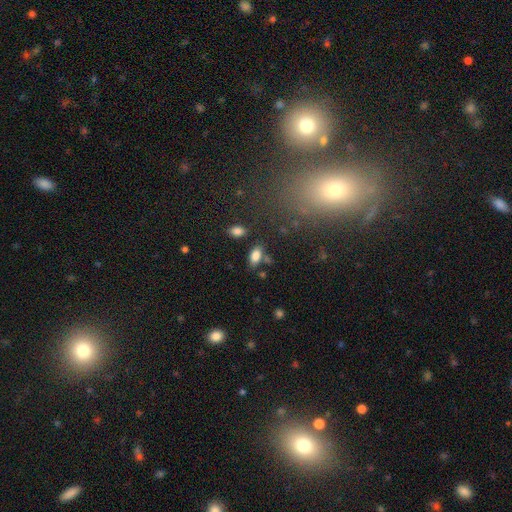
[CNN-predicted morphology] type=smooth (83%); roundness=in between (92%); merging=none (72%).